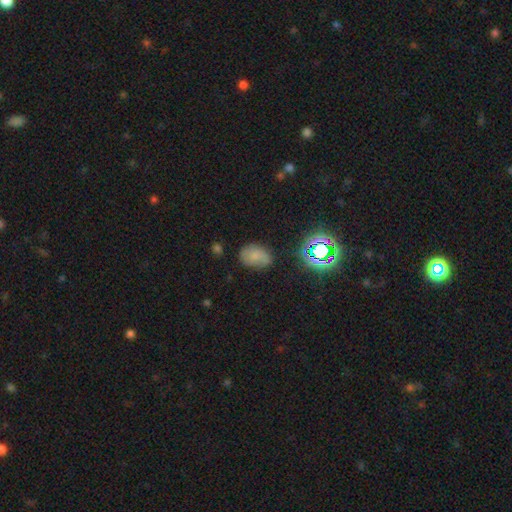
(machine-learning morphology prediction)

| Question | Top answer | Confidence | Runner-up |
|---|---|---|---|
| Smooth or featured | smooth | 59% | featured or disk (23%) |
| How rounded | in between | 78% | round (21%) |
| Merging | none | 61% | minor disturbance (26%) |